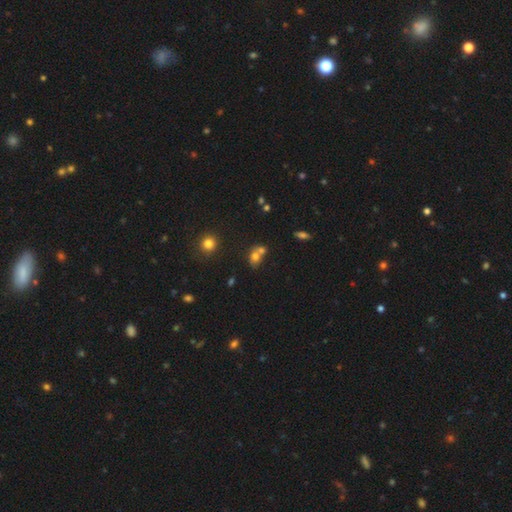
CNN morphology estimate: Smooth or featured?
  - smooth: 70% *
  - featured or disk: 16%
  - star or artifact: 14%
How rounded?
  - round: 57% *
  - in between: 41%
  - cigar-shaped: 1%
Merging?
  - merger: 56% *
  - none: 32%
  - minor disturbance: 8%
  - major disturbance: 4%